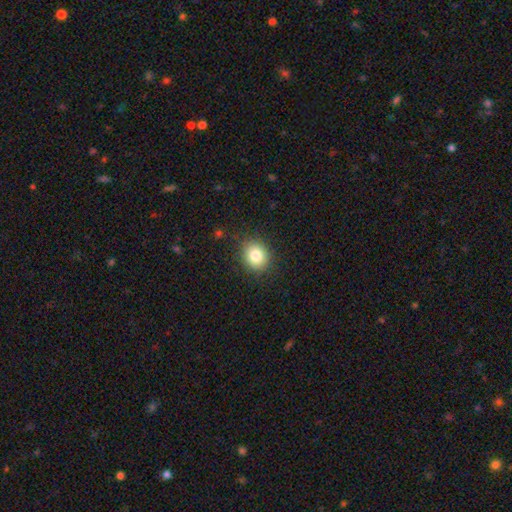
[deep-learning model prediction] A smooth galaxy with no disk features (82%) that is round (73%).

Vote fractions:
- Smooth or featured? smooth: 82% / star or artifact: 10% / featured or disk: 7%
- How rounded? round: 73% / in between: 26% / cigar-shaped: 1%
- Merging? none: 87% / minor disturbance: 9% / major disturbance: 3% / merger: 1%